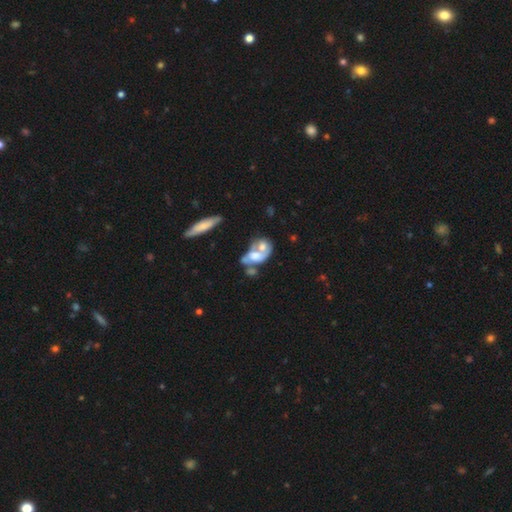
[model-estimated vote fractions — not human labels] This appears to be a featured or disk galaxy (50%). Merging: merger (60%).